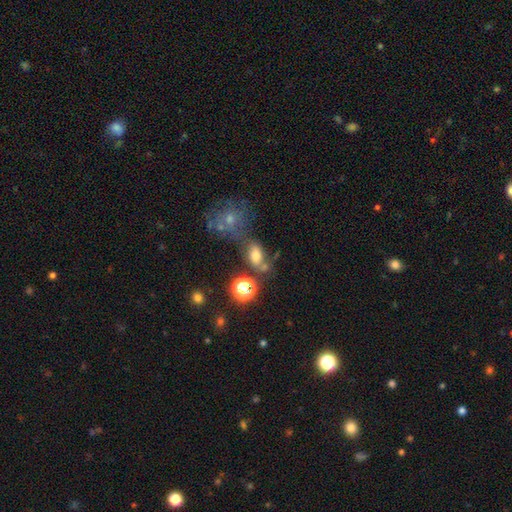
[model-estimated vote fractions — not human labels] smooth_or_featured: smooth (p=0.69) [alt: star or artifact p=0.18]
how_rounded: in between (p=0.79) [alt: round p=0.19]
merging: none (p=0.50) [alt: merger p=0.23]